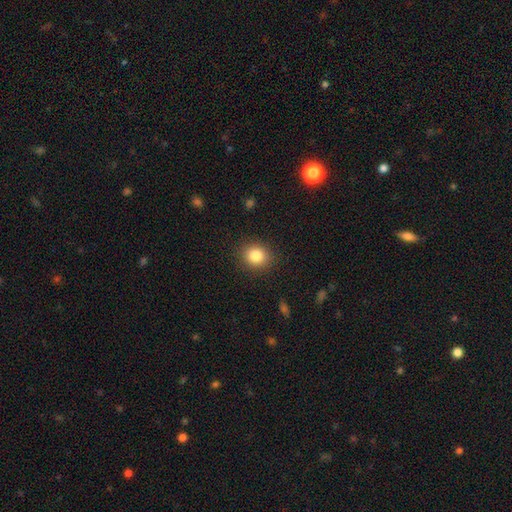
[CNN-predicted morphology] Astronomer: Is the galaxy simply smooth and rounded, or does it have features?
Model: smooth — 84%.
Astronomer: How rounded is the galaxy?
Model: round — 75%.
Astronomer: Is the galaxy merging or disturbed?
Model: none — 89%.